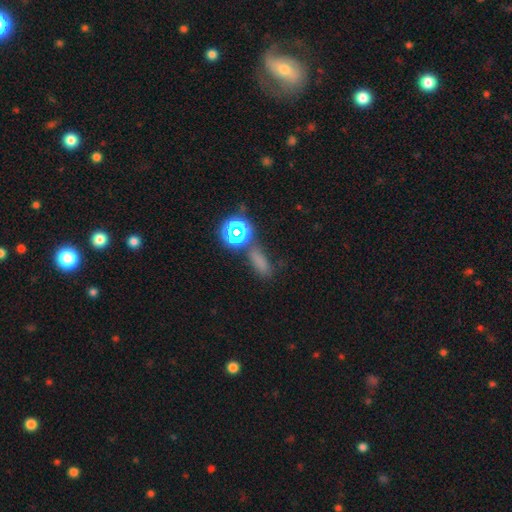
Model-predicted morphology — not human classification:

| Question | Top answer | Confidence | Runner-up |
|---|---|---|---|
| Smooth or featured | smooth | 51% | star or artifact (37%) |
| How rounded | in between | 53% | round (26%) |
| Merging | none | 65% | minor disturbance (16%) |